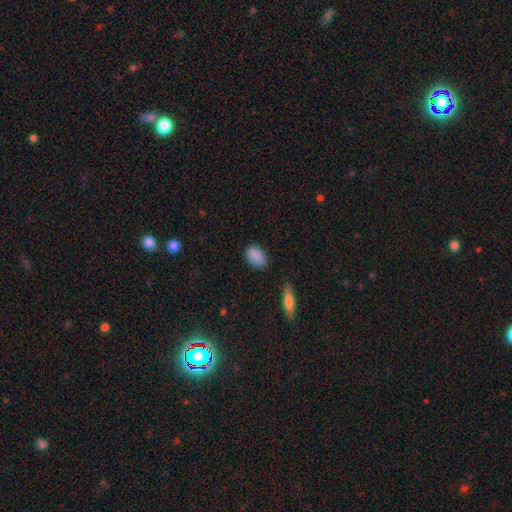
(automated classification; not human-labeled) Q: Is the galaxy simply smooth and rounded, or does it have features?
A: smooth — 87%.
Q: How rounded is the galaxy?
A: in between — 87%.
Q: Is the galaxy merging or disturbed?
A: none — 77%.